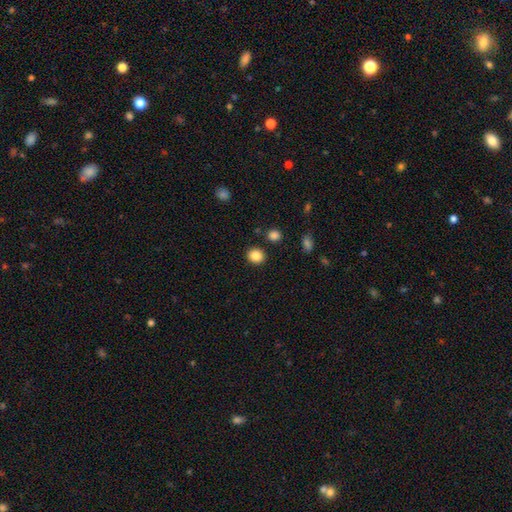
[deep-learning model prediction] A smooth galaxy with no disk features (86%) that is round (79%). Merging: none (88%).